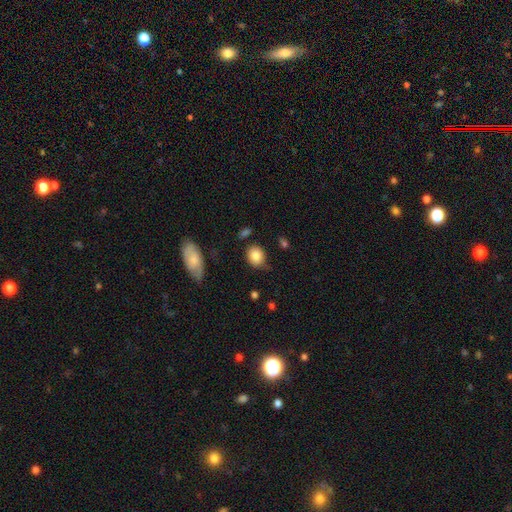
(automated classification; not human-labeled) Overall: smooth (84%). How rounded: round (67%; in between 32%). Merging: none (64%; minor disturbance 27%).